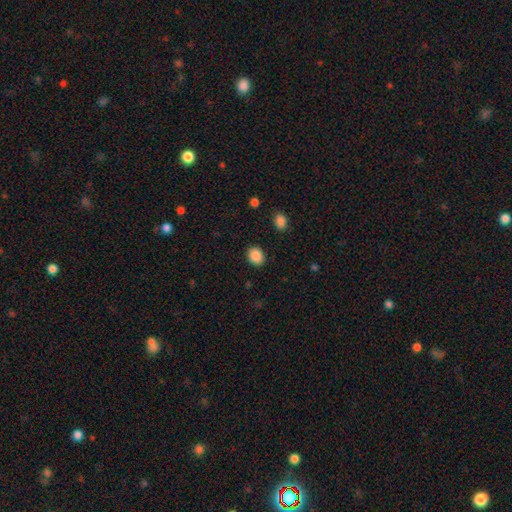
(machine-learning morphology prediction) A smooth galaxy with no disk features (88%) that is round (58%).

Vote fractions:
- Smooth or featured? smooth: 88% / star or artifact: 9% / featured or disk: 3%
- How rounded? round: 58% / in between: 41% / cigar-shaped: 1%
- Merging? none: 88% / minor disturbance: 8% / major disturbance: 3% / merger: 1%